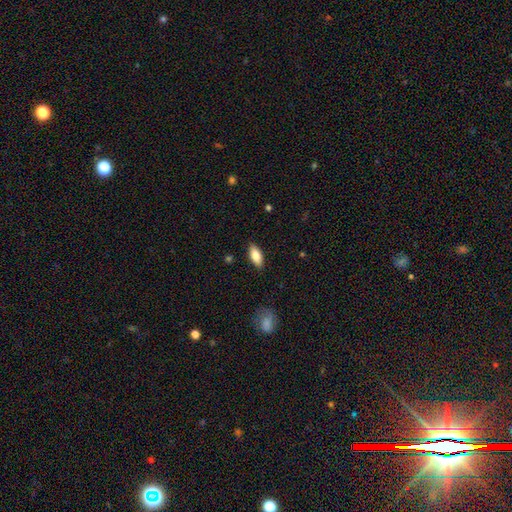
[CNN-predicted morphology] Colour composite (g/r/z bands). It shows a smooth galaxy with no disk features (77%) that is in between round and cigar-shaped (83%). Merging: none (87%).